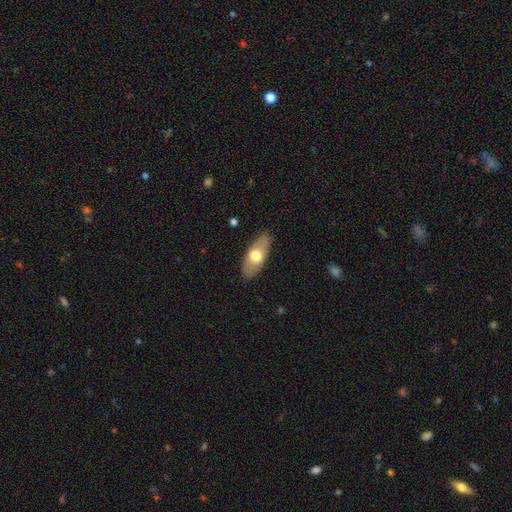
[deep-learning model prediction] Smooth or featured? Predicted: smooth (p=0.61). How rounded? Predicted: in between (p=0.83). Merging? Predicted: none (p=0.87).